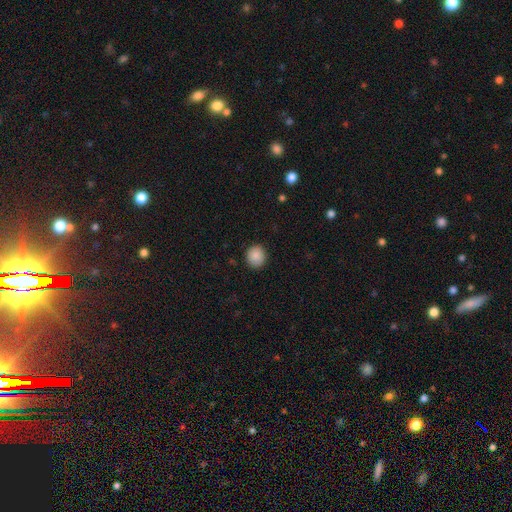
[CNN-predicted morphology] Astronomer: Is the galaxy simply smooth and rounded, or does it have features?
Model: smooth — 89%.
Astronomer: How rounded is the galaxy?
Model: round — 84%.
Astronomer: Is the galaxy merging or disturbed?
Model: none — 89%.